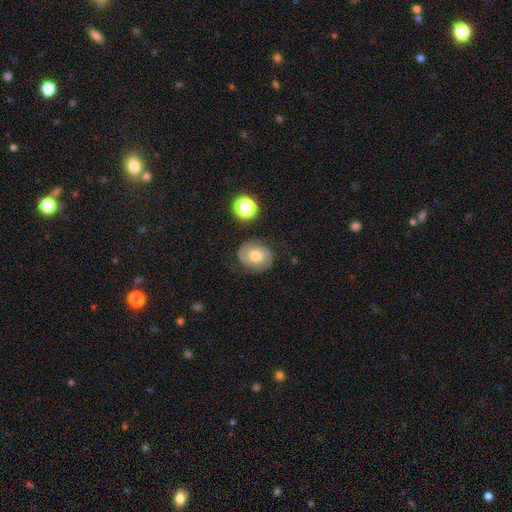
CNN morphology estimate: This appears to be a featured or disk galaxy (72%) with no bar (72%), 2 (88%) tight (49%) spiral arms (89%) and a moderate central bulge (71%). Merging: none (81%).